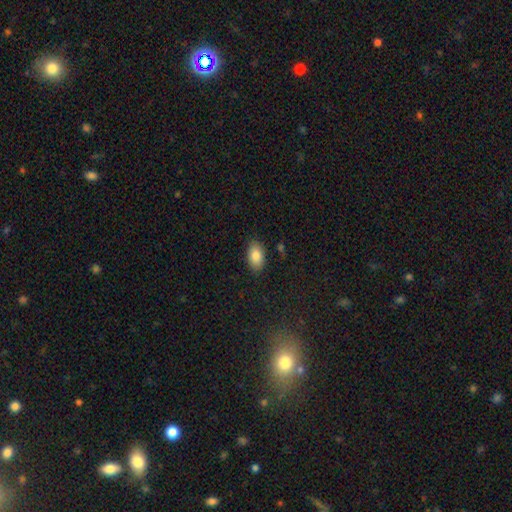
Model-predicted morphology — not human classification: This appears to be a smooth galaxy with no disk features (85%) that is in between round and cigar-shaped (92%). Merging: none (86%).